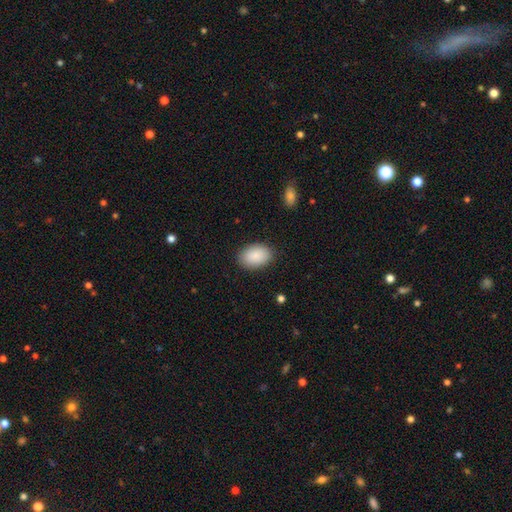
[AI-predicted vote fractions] Q: Smooth or featured?
A: smooth (90%); runner-up: star or artifact (6%)
Q: How rounded?
A: in between (89%); runner-up: round (10%)
Q: Merging?
A: none (88%); runner-up: minor disturbance (9%)